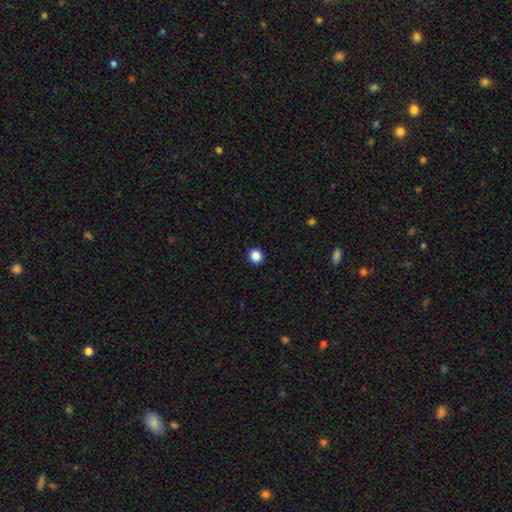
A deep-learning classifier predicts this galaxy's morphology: This appears to be a smooth galaxy with no disk features (87%) that is round (95%). Merging: none (94%).